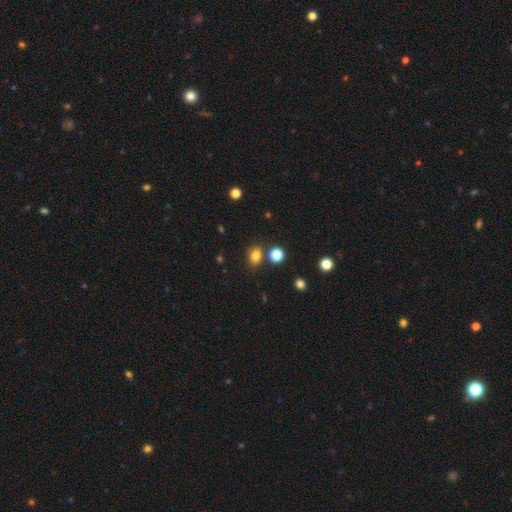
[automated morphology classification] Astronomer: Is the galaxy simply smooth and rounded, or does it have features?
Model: smooth — 81%.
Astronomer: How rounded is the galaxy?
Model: in between — 56% (runner-up: round, 43%).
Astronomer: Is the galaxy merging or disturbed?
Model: none — 78%.